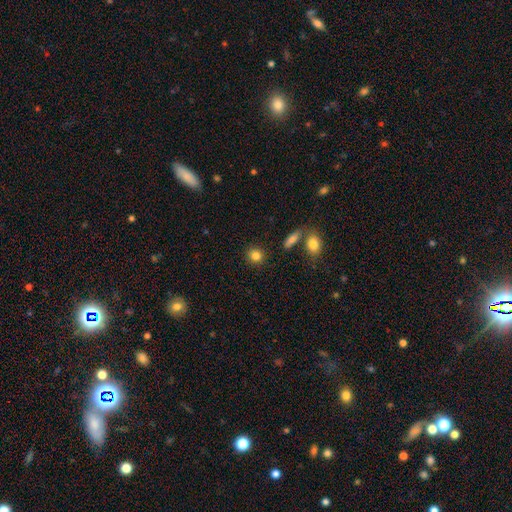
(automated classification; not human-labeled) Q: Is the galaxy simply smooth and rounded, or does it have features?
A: smooth — 84%.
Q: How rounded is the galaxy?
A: round — 79%.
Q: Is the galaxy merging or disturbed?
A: none — 87%.